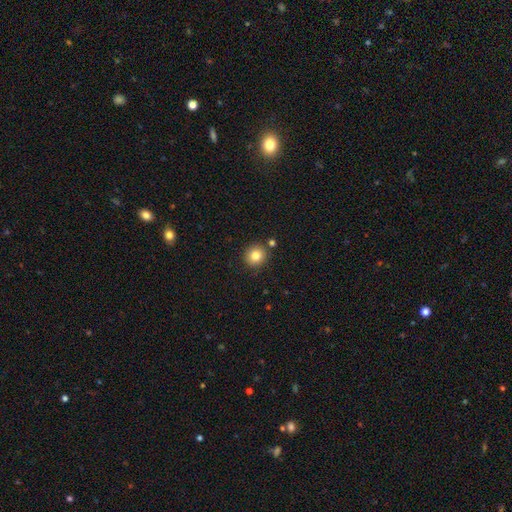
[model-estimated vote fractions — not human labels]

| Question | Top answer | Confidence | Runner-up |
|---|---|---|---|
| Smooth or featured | smooth | 83% | star or artifact (11%) |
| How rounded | round | 90% | in between (9%) |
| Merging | none | 84% | minor disturbance (8%) |